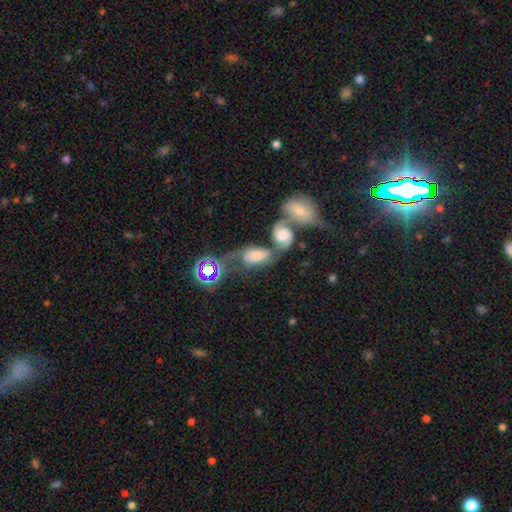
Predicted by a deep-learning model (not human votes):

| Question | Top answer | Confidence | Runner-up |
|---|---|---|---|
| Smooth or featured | smooth | 46% | featured or disk (41%) |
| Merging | merger | 57% | none (17%) |